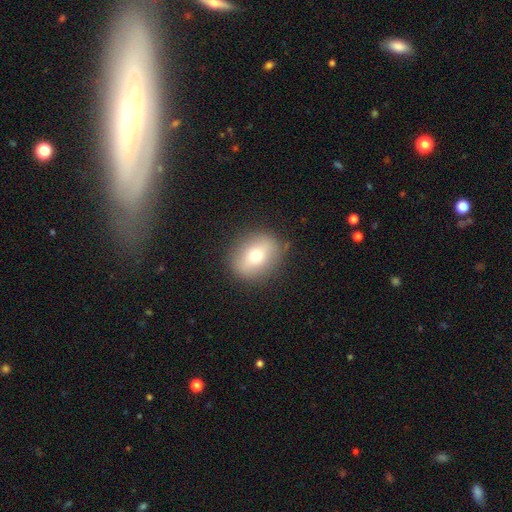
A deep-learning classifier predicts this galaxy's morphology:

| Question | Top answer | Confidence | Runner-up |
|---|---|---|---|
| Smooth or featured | smooth | 64% | featured or disk (25%) |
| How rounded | round | 53% | in between (45%) |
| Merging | none | 87% | minor disturbance (9%) |